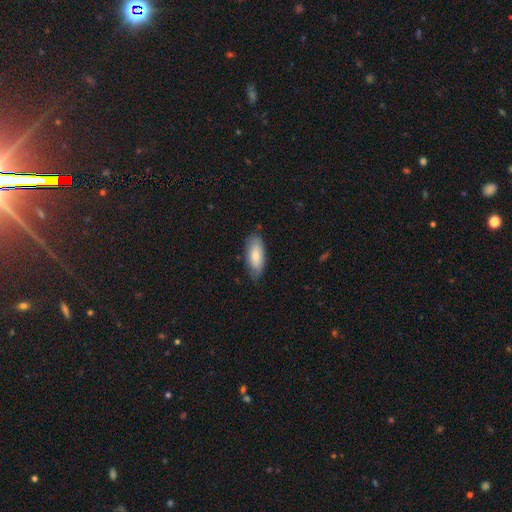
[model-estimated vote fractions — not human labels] Overall: smooth (79%). How rounded: in between (85%). Merging: none (74%).